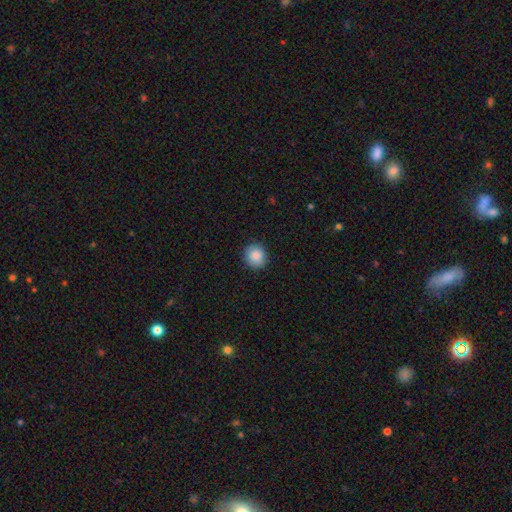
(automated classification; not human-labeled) smooth_or_featured: smooth (p=0.88) [alt: star or artifact p=0.08]
how_rounded: round (p=0.86) [alt: in between p=0.13]
merging: none (p=0.89) [alt: minor disturbance p=0.08]